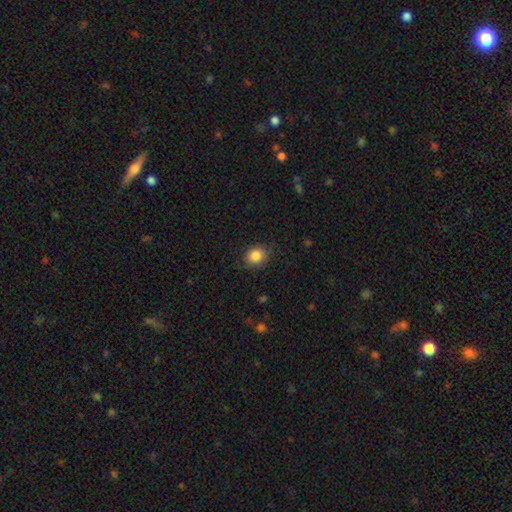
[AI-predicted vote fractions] A smooth galaxy with no disk features (86%) that is round (69%).

Vote fractions:
- Smooth or featured? smooth: 86% / star or artifact: 9% / featured or disk: 5%
- How rounded? round: 69% / in between: 30% / cigar-shaped: 1%
- Merging? none: 84% / minor disturbance: 12% / major disturbance: 3% / merger: 1%